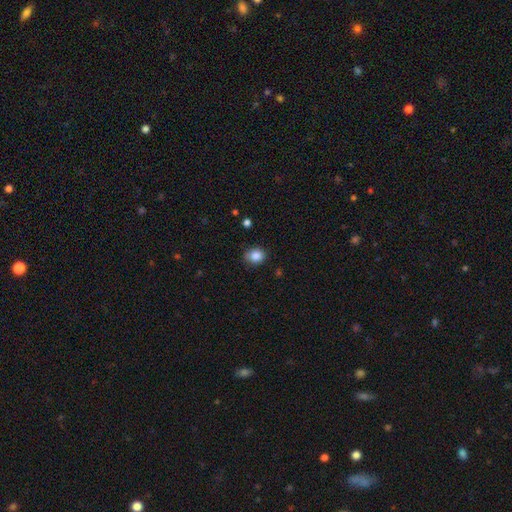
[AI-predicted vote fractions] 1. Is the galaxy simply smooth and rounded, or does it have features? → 85% smooth, 10% star or artifact, 5% featured or disk.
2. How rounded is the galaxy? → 66% round, 33% in between, 1% cigar-shaped.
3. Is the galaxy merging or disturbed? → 75% none, 20% minor disturbance, 4% major disturbance, 2% merger.